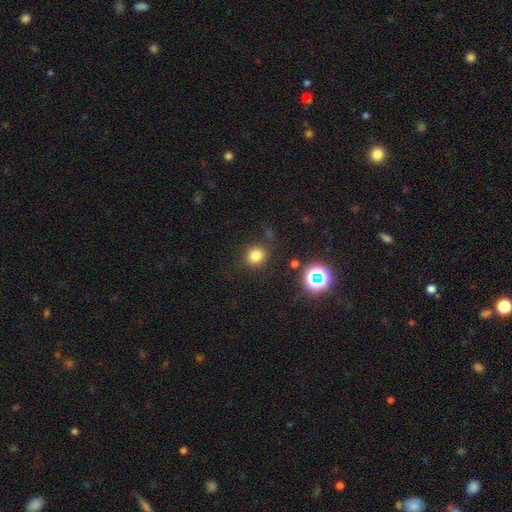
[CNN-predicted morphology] Overall: smooth (77%). How rounded: round (82%). Merging: none (83%).